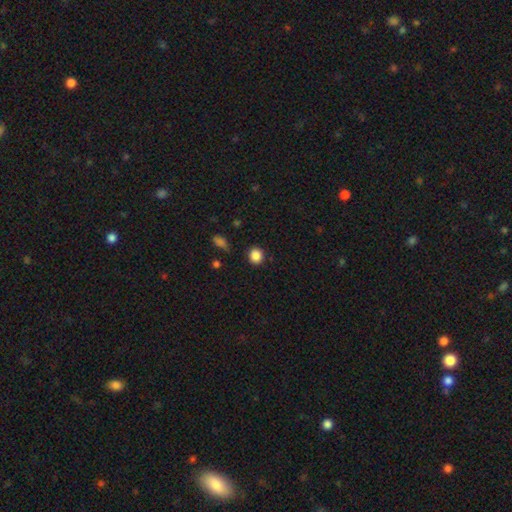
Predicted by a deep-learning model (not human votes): Smooth or featured? smooth (86%)
How rounded? round (84%)
Merging? none (88%)